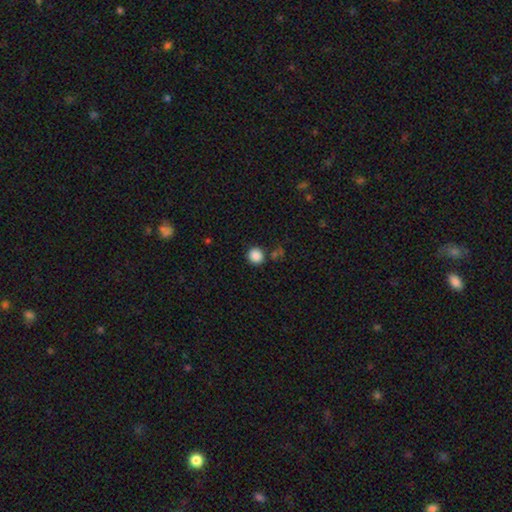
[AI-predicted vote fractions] A smooth galaxy with no disk features (87%) that is round (90%). Merging: none (83%).